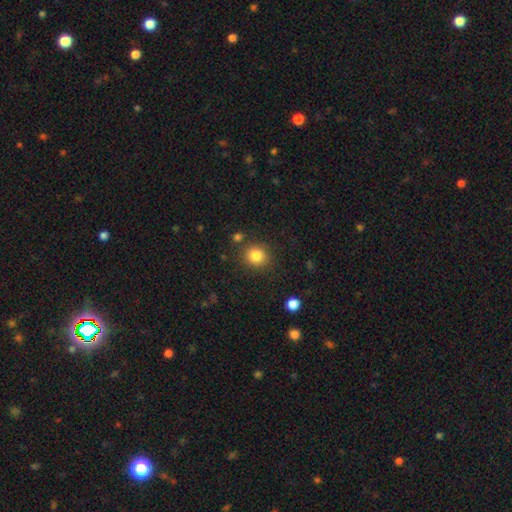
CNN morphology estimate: Smooth or featured?
  - smooth: 84% *
  - star or artifact: 11%
  - featured or disk: 5%
How rounded?
  - round: 87% *
  - in between: 12%
  - cigar-shaped: 1%
Merging?
  - none: 86% *
  - minor disturbance: 8%
  - merger: 4%
  - major disturbance: 3%